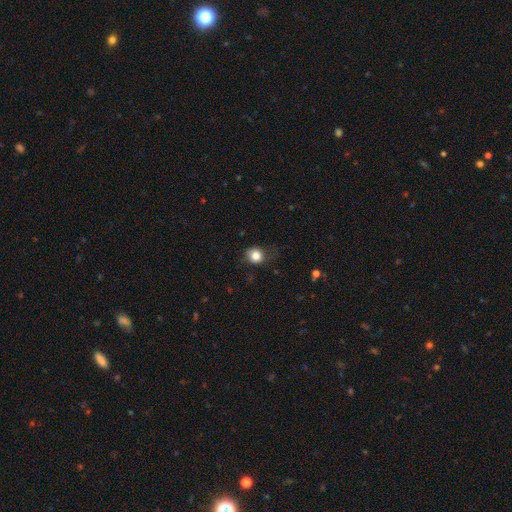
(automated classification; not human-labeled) Overall: smooth (83%). How rounded: round (78%). Merging: none (70%).